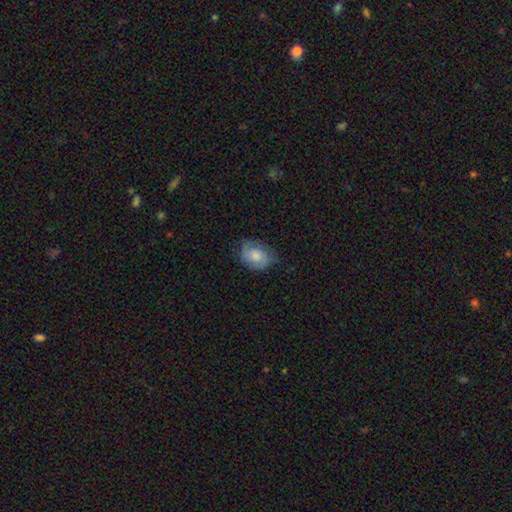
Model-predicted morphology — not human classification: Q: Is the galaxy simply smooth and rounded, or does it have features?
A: smooth — 57%.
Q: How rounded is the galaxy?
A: in between — 67%.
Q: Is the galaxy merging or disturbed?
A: none — 62%.